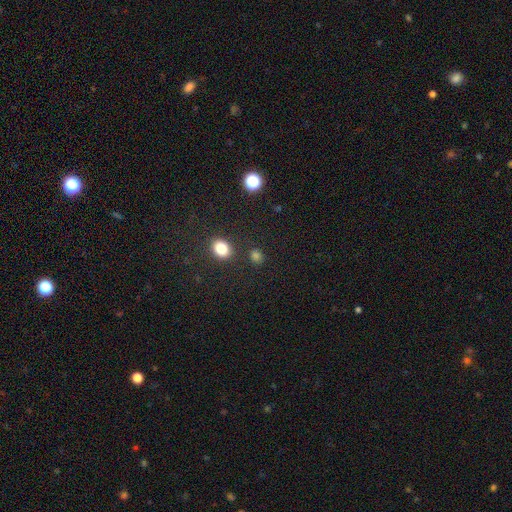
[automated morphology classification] The model was most divided on "how rounded": round: 62%, in between: 37%, cigar-shaped: 1%. More confident: merging — none (81%); smooth or featured — smooth (77%).